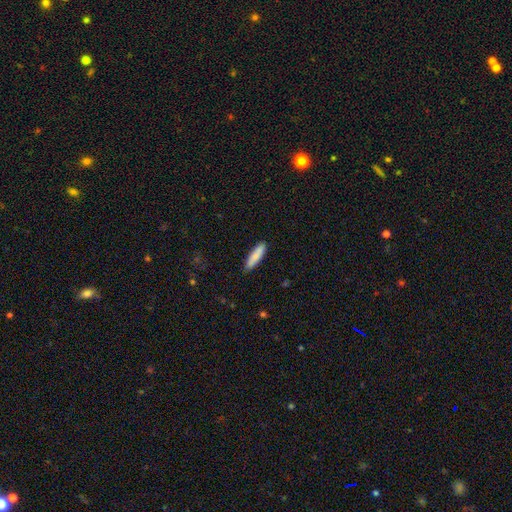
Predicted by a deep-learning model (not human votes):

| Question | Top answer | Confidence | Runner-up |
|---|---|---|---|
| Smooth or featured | smooth | 84% | featured or disk (10%) |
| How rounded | cigar-shaped | 76% | in between (22%) |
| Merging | none | 87% | minor disturbance (10%) |